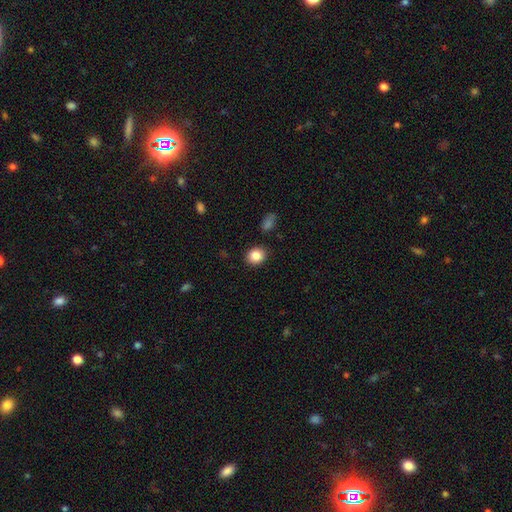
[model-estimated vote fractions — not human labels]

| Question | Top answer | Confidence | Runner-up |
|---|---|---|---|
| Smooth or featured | smooth | 84% | star or artifact (9%) |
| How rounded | round | 65% | in between (34%) |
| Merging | none | 88% | minor disturbance (8%) |